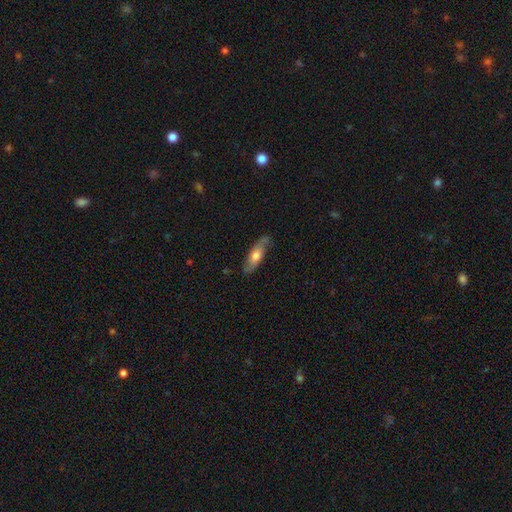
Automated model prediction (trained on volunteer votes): Smooth or featured? smooth (48%)
Merging? none (77%)